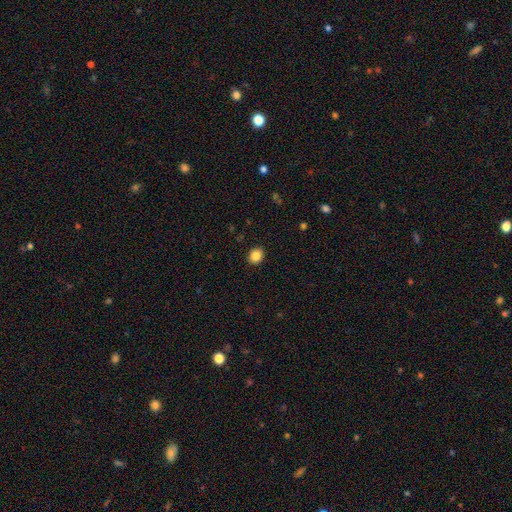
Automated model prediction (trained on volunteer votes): A smooth galaxy with no disk features (86%) that is round (69%).

Vote fractions:
- Smooth or featured? smooth: 86% / star or artifact: 10% / featured or disk: 4%
- How rounded? round: 69% / in between: 30% / cigar-shaped: 1%
- Merging? none: 92% / minor disturbance: 6% / major disturbance: 2% / merger: 1%